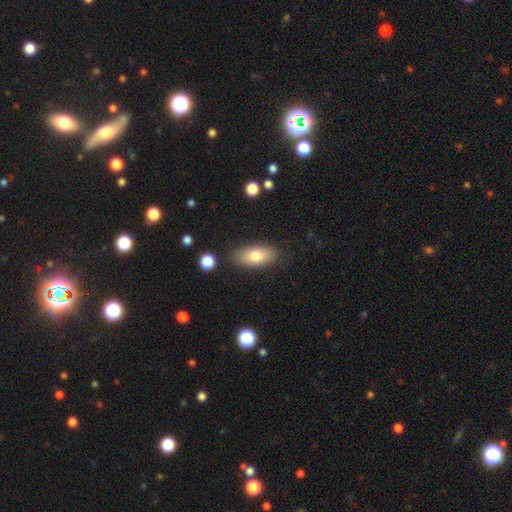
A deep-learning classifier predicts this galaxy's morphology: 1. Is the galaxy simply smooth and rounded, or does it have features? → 76% smooth, 17% featured or disk, 7% star or artifact.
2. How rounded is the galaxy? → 87% in between, 9% cigar-shaped, 4% round.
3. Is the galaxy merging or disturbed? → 85% none, 11% minor disturbance, 3% major disturbance, 2% merger.